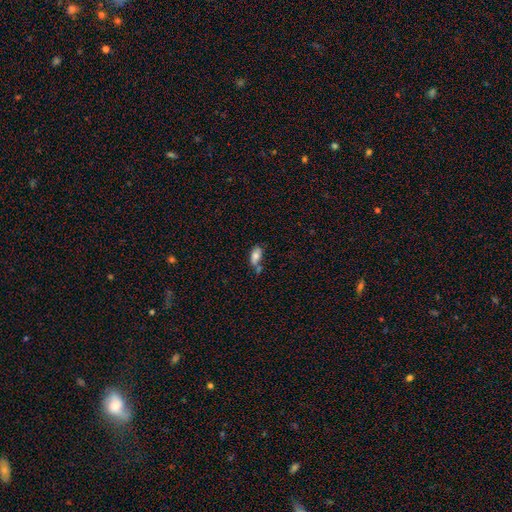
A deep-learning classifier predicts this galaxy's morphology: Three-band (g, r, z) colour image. It shows a smooth galaxy with no disk features (74%) that is in between round and cigar-shaped (88%). Merging: none (43%).